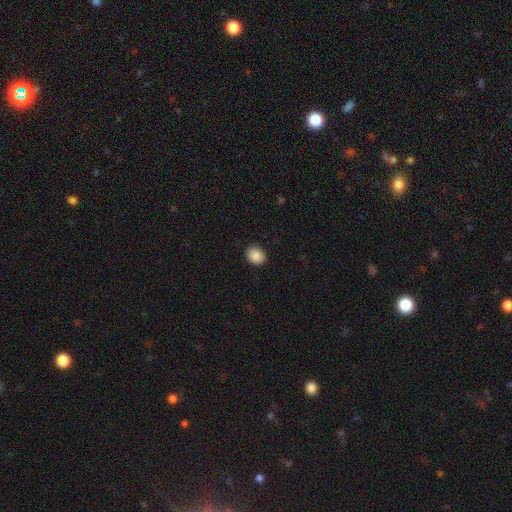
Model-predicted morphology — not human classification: Smooth or featured: smooth — 88% (star or artifact — 8%)
How rounded: in between — 54% (round — 45%)
Merging: none — 90% (minor disturbance — 8%)